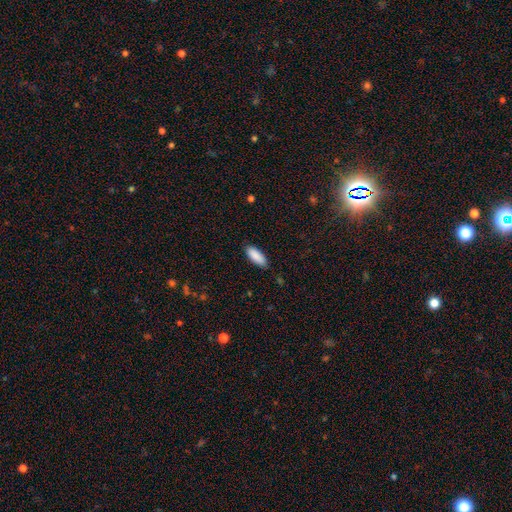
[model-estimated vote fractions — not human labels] Smooth or featured: smooth — 90% (star or artifact — 6%)
How rounded: in between — 78% (cigar-shaped — 21%)
Merging: none — 86% (minor disturbance — 11%)